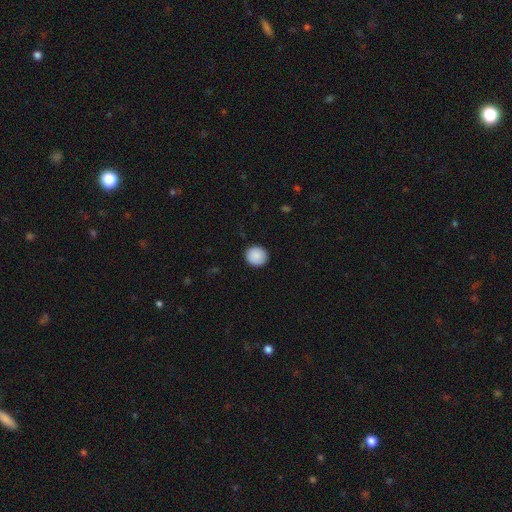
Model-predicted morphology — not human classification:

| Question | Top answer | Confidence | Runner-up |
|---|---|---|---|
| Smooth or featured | smooth | 89% | star or artifact (7%) |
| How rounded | round | 89% | in between (10%) |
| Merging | none | 91% | minor disturbance (7%) |